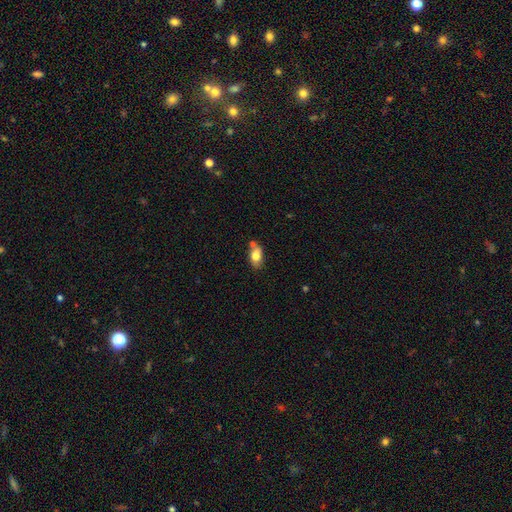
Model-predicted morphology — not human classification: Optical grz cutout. It shows a smooth galaxy with no disk features (77%) that is in between round and cigar-shaped (86%). Merging: none (59%).